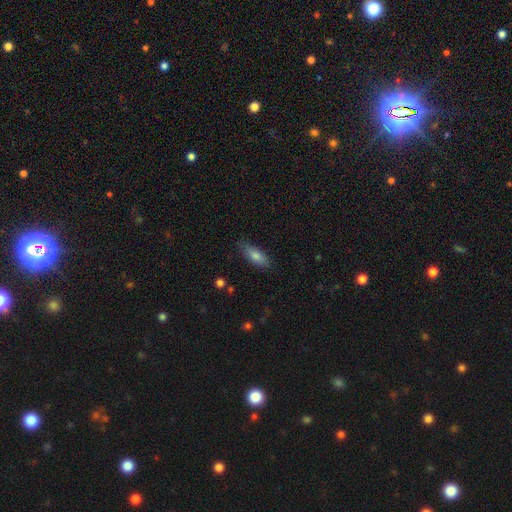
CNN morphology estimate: This is likely a smooth galaxy (76%). How rounded: likely in between (67%). Merging: likely none (79%).